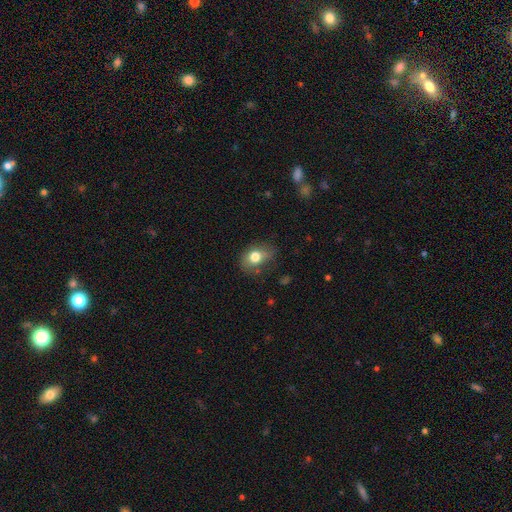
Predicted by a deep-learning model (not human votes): Smooth or featured?
  - smooth: 75% *
  - featured or disk: 15%
  - star or artifact: 10%
How rounded?
  - in between: 64% *
  - round: 35%
  - cigar-shaped: 1%
Merging?
  - none: 57% *
  - minor disturbance: 29%
  - major disturbance: 11%
  - merger: 2%